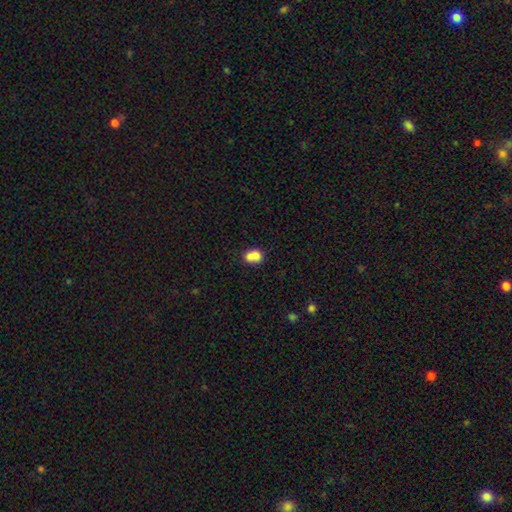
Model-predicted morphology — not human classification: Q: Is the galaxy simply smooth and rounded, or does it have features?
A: smooth — 72%.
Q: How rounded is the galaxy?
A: round — 50%.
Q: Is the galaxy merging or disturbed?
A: merger — 56%.